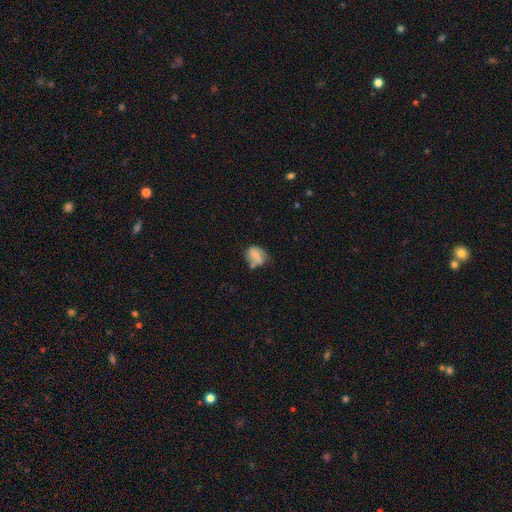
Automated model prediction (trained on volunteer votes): This is likely a smooth galaxy (61%). How rounded: possibly in between (59%). Merging: marginally none (44%).